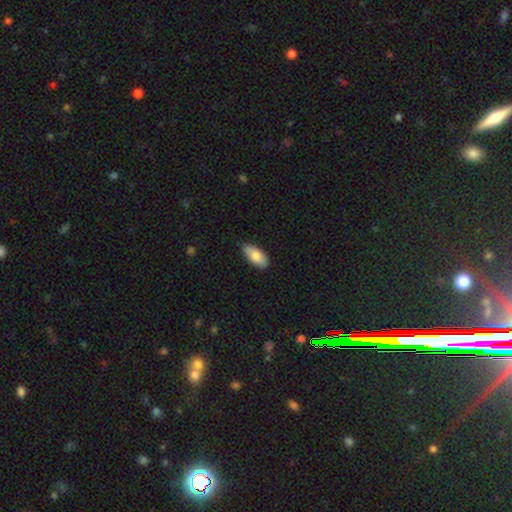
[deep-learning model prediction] Overall: smooth (81%). How rounded: in between (90%). Merging: none (77%).